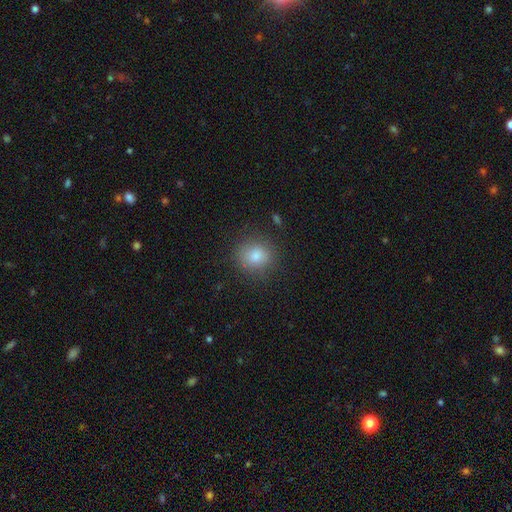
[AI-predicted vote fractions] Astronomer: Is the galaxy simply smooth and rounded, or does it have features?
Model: smooth — 81%.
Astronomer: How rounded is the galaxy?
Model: round — 82%.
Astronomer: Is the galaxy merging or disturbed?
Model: none — 85%.